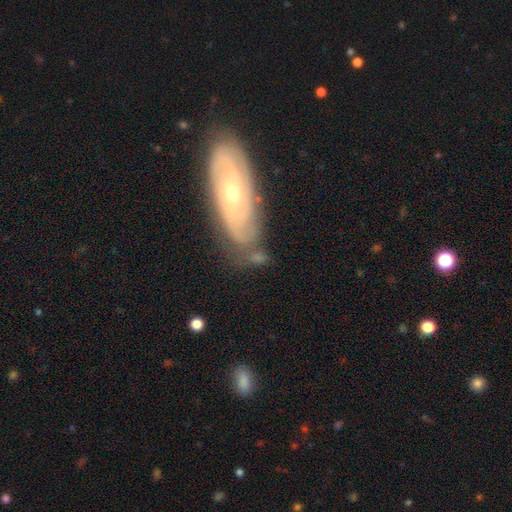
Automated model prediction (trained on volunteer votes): This is possibly a featured or disk galaxy (53%). It is clearly not viewed edge-on (84%). Merging: possibly none (54%).